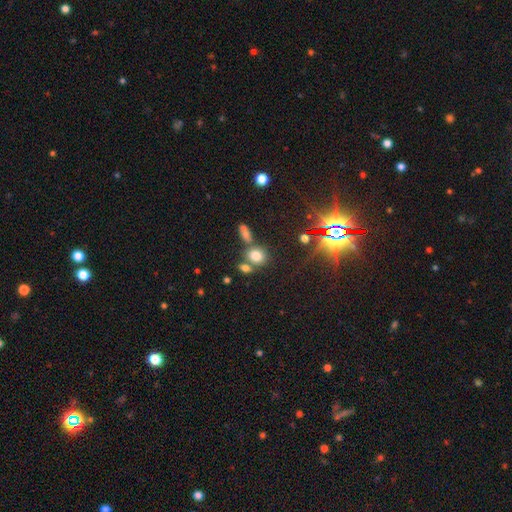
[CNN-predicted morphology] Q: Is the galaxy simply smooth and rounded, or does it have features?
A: smooth — 70%.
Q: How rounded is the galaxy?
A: round — 61%.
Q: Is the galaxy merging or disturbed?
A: none — 54%.